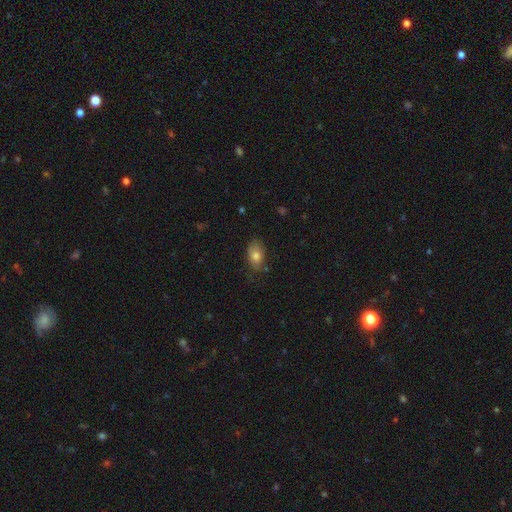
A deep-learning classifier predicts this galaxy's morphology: A smooth galaxy with no disk features (79%) that is in between round and cigar-shaped (88%). Merging: none (66%).